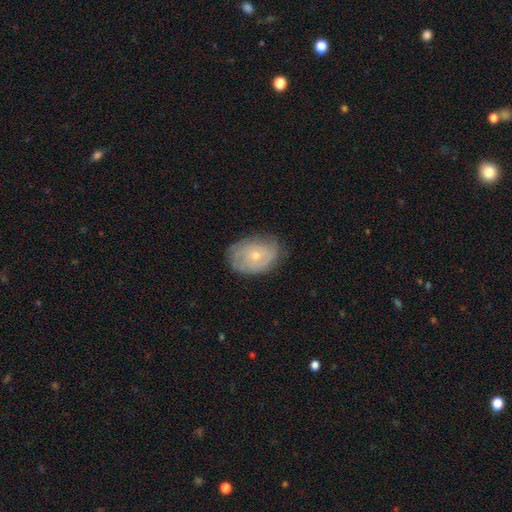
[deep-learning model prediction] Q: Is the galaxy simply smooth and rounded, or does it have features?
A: featured or disk — 52%.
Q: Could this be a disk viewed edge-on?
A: no — 95%.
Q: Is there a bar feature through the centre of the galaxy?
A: no — 85%.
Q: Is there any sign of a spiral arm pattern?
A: yes — 70%.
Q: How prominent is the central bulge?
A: small — 60%.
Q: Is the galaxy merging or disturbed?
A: none — 71%.